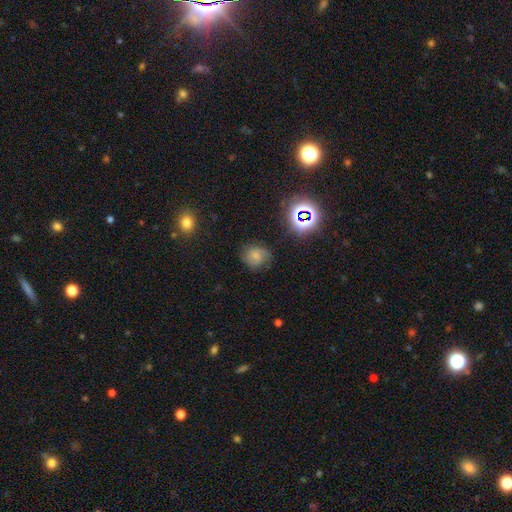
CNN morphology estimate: smooth-or-featured: smooth: 54% | featured or disk: 25% | star or artifact: 21%
  how-rounded: round: 73% | in between: 26% | cigar-shaped: 1%
  merging: none: 67% | minor disturbance: 23% | major disturbance: 8% | merger: 2%